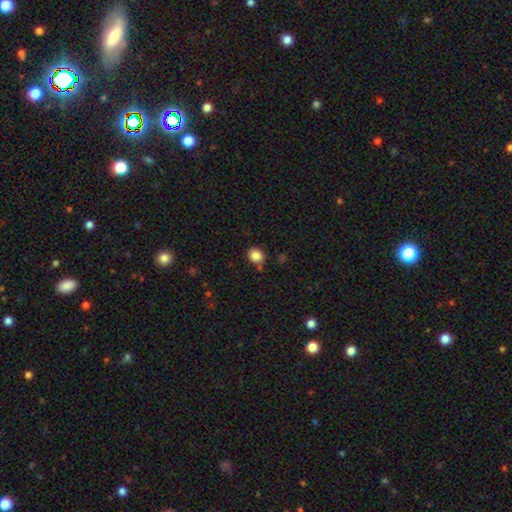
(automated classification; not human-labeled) smooth 86%, star or artifact 10%, featured or disk 4%. Down the decision tree: how rounded — round (65%); merging — none (81%).